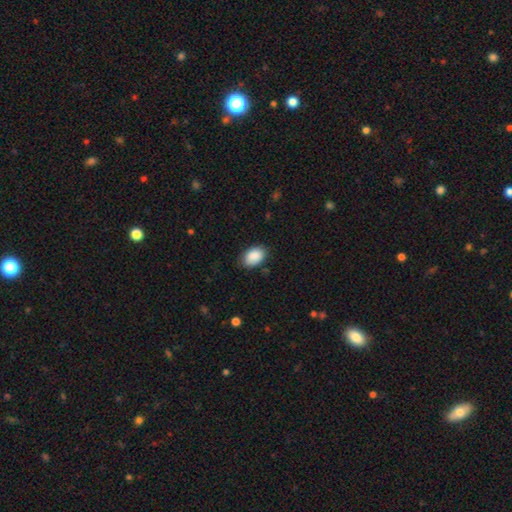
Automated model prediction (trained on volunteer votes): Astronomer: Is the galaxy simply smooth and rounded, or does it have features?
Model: smooth — 90%.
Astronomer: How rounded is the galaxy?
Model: in between — 87%.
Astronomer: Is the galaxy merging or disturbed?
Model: none — 82%.